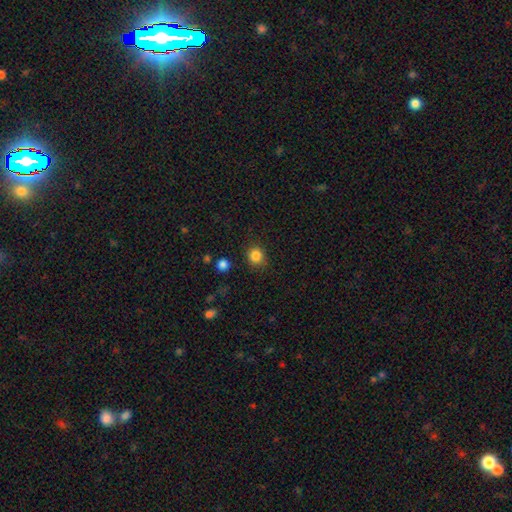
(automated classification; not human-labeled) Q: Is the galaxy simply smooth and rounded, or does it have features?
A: smooth — 85%.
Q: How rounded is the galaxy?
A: round — 87%.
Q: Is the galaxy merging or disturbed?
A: none — 85%.